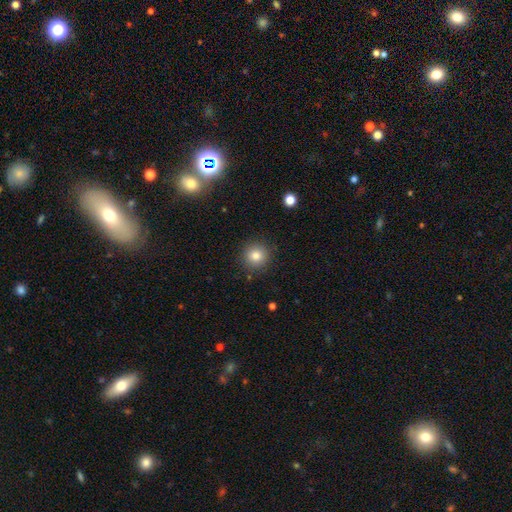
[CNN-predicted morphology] smooth 82%, star or artifact 11%, featured or disk 7%. Down the decision tree: how rounded — round (93%); merging — none (89%).